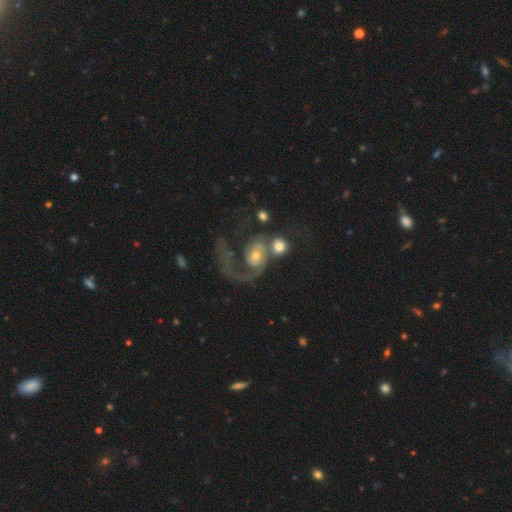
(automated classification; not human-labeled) Smooth or featured? featured or disk (67%)
Edge-on disk? no (97%)
Bar? no (69%)
Spiral arms? yes (84%)
Spiral winding? loose (52%)
Spiral arm count? 1 (64%)
Bulge size? moderate (52%)
Merging? merger (45%)